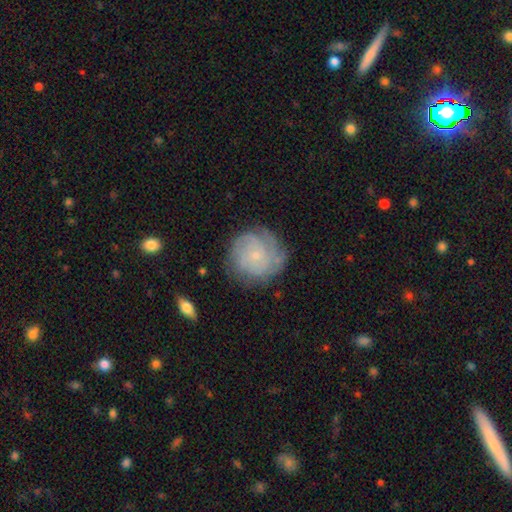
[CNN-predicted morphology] This is likely a featured or disk galaxy (68%). It is clearly not viewed edge-on (98%). Bar: clearly no (81%). Spiral arm pattern: clearly yes (90%). Spiral arm count: marginally can't tell (41%). Spiral winding: likely tight (71%). Central bulge: clearly small (82%). Merging: likely none (74%).